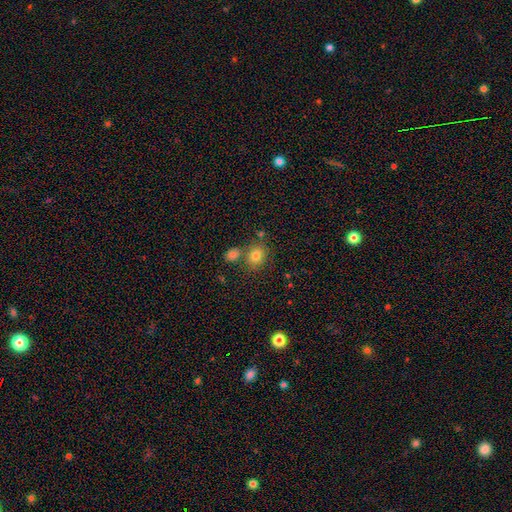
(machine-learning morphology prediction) This appears to be a smooth galaxy with no disk features (79%) that is round (61%). Merging: none (63%).